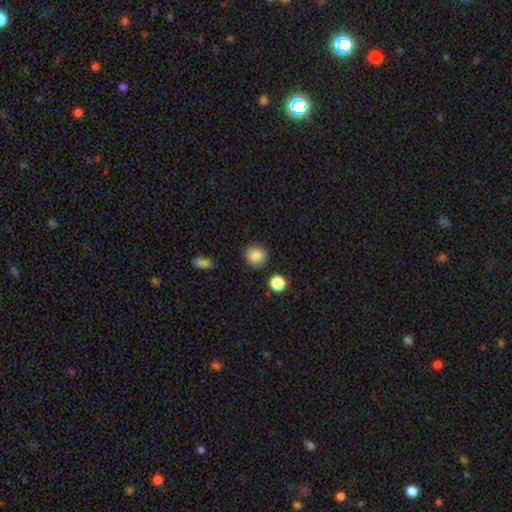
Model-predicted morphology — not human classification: type=smooth (85%); roundness=round (90%); merging=none (87%).